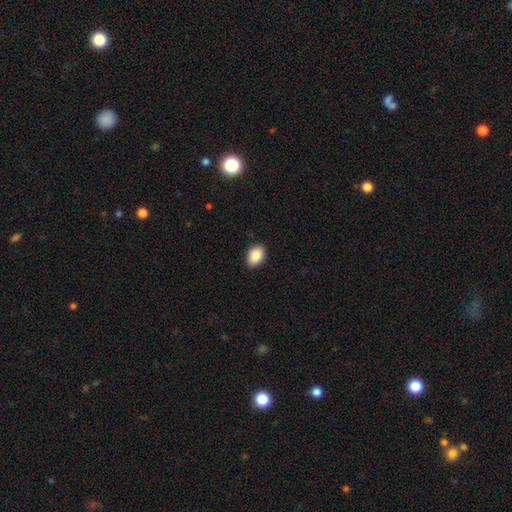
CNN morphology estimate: Overall: smooth (88%). How rounded: in between (83%). Merging: none (88%).